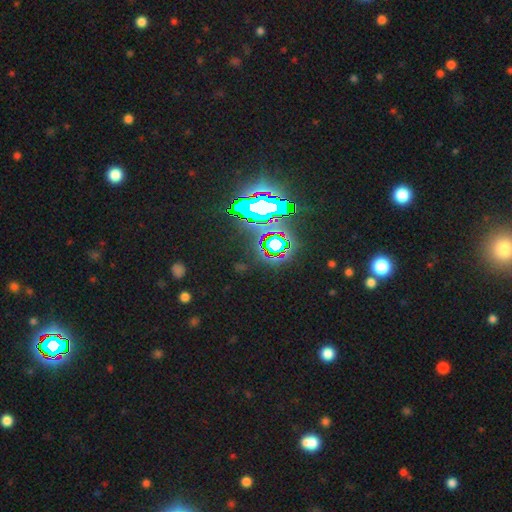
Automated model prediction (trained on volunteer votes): Q: Smooth or featured?
A: star or artifact (83%); runner-up: smooth (11%)